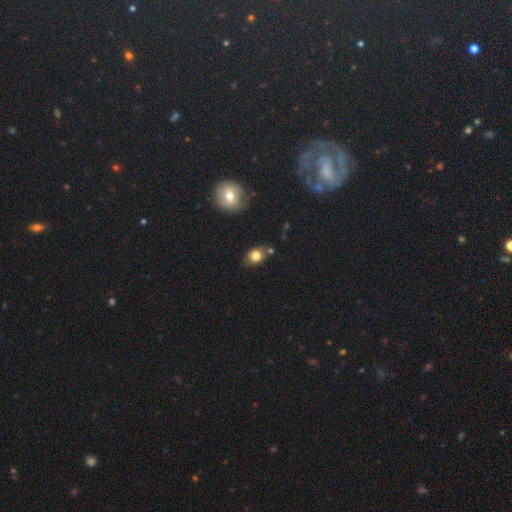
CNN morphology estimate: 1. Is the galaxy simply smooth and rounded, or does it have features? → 79% smooth, 12% star or artifact, 9% featured or disk.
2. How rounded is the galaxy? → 50% in between, 48% round, 2% cigar-shaped.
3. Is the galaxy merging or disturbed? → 72% none, 16% minor disturbance, 9% merger, 4% major disturbance.